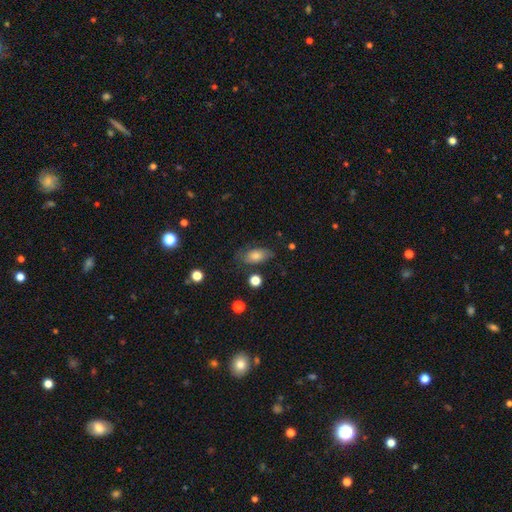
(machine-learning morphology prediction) A smooth galaxy with no disk features (66%) that is in between round and cigar-shaped (86%).

Vote fractions:
- Smooth or featured? smooth: 66% / featured or disk: 21% / star or artifact: 13%
- How rounded? in between: 86% / round: 8% / cigar-shaped: 7%
- Merging? none: 67% / minor disturbance: 22% / major disturbance: 8% / merger: 3%